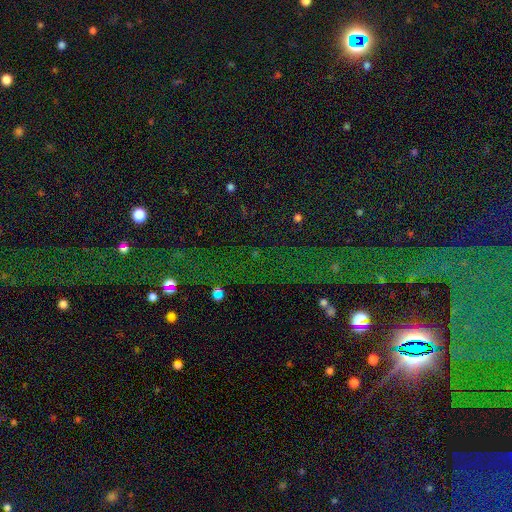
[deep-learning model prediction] Q: Smooth or featured?
A: star or artifact (78%); runner-up: featured or disk (11%)